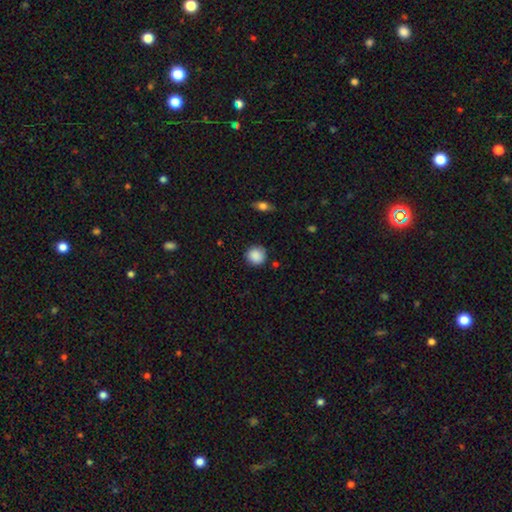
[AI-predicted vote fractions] Morphology: type=smooth (88%); roundness=round (92%); merging=none (87%).